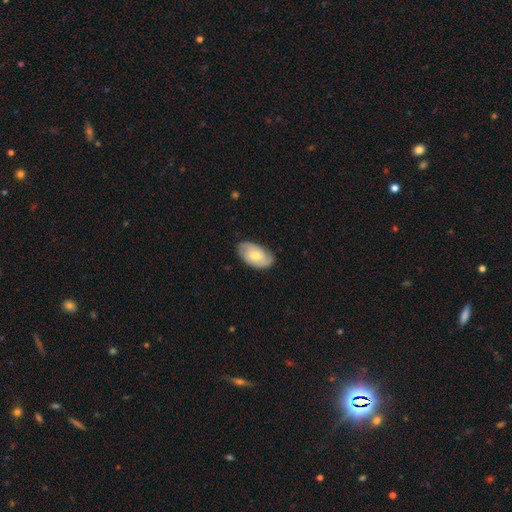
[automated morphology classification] A smooth galaxy with no disk features (49%). Merging: none (78%).